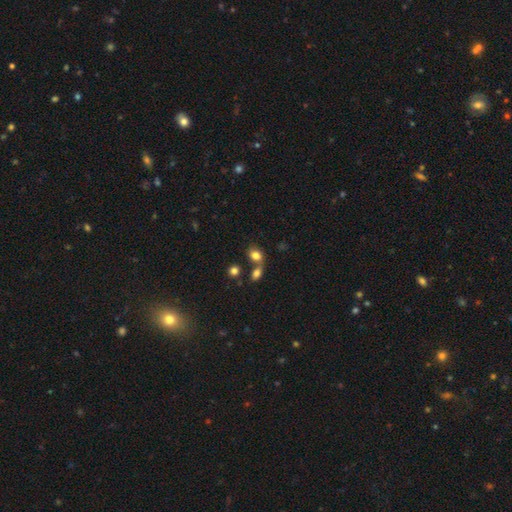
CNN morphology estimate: A smooth galaxy with no disk features (80%) that is in between round and cigar-shaped (56%). Merging: none (48%).